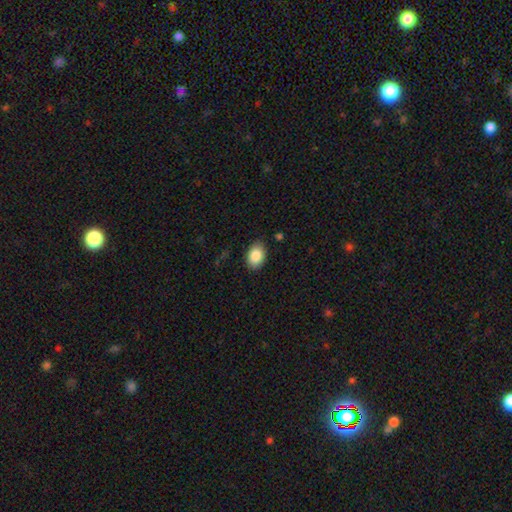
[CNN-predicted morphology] Q: Smooth or featured?
A: smooth (87%); runner-up: star or artifact (7%)
Q: How rounded?
A: in between (85%); runner-up: round (14%)
Q: Merging?
A: none (84%); runner-up: minor disturbance (12%)